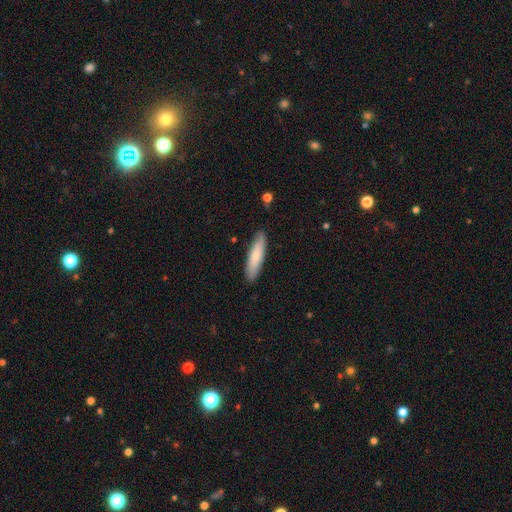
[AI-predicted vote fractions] Overall: smooth (75%). How rounded: cigar-shaped (78%). Merging: none (88%).